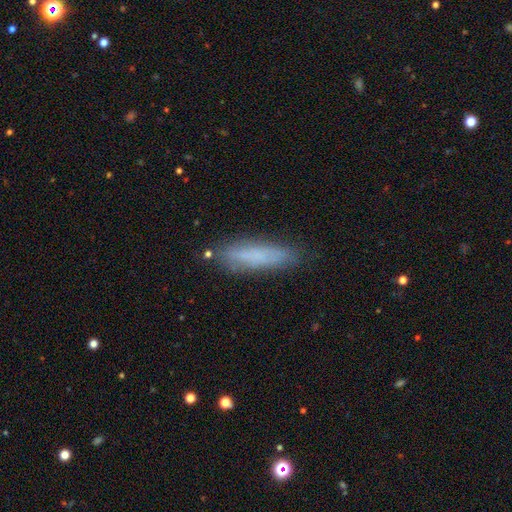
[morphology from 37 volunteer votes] smooth 62%, featured or disk 35%, star or artifact 3%. Down the decision tree: how rounded — cigar-shaped (74%); merging — none (75%).